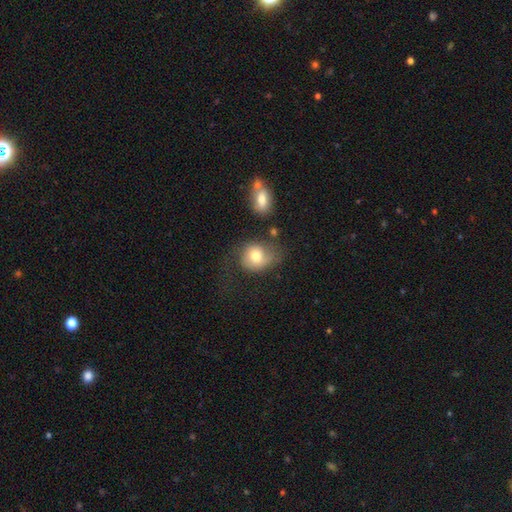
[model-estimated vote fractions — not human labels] Smooth or featured: smooth — 71% (featured or disk — 21%)
How rounded: round — 61% (in between — 38%)
Merging: none — 43% (minor disturbance — 28%)